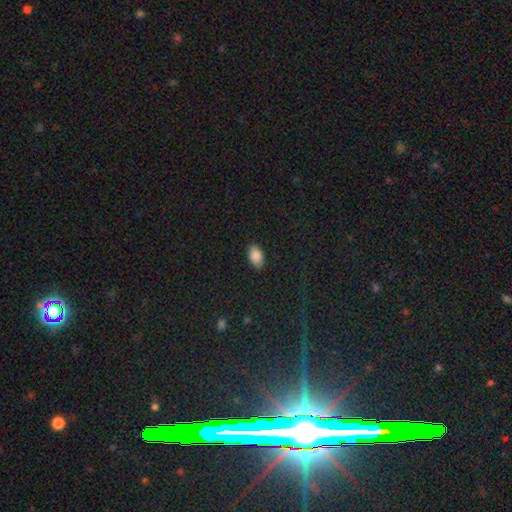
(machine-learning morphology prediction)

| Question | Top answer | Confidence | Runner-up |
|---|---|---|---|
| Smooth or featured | smooth | 88% | star or artifact (7%) |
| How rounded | in between | 92% | round (6%) |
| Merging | none | 88% | minor disturbance (9%) |